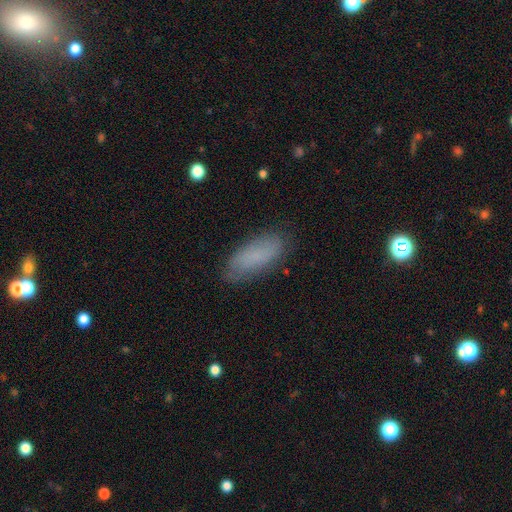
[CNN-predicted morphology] Smooth or featured? smooth (77%)
How rounded? in between (77%)
Merging? none (79%)